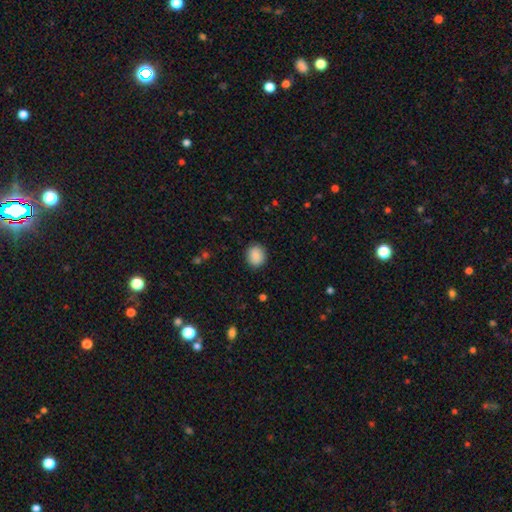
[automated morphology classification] Smooth or featured: smooth — 88% (star or artifact — 8%)
How rounded: round — 70% (in between — 29%)
Merging: none — 88% (minor disturbance — 8%)